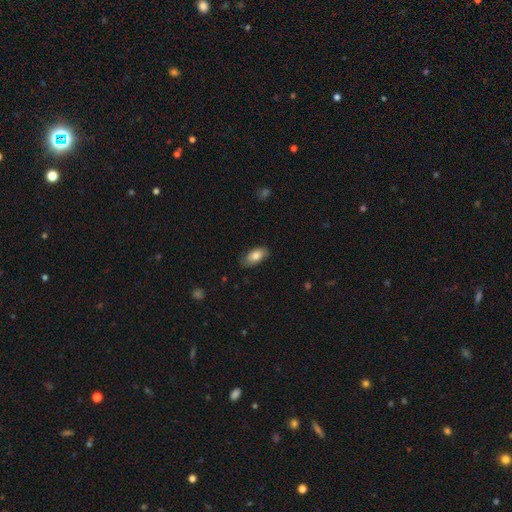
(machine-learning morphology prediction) Smooth or featured? smooth (82%)
How rounded? in between (91%)
Merging? none (82%)